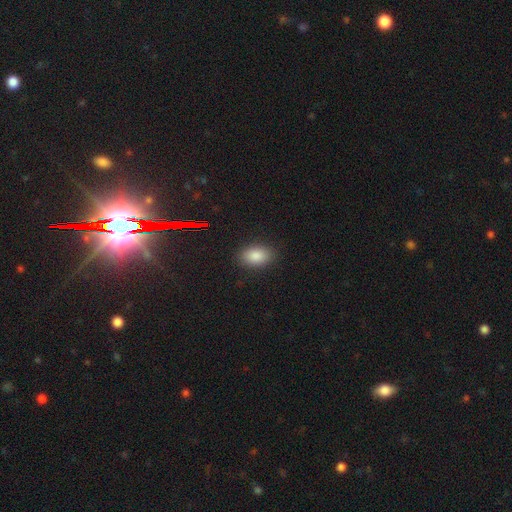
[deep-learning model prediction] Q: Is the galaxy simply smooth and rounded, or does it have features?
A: smooth — 85%.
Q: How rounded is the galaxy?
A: in between — 87%.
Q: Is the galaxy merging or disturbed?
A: none — 88%.